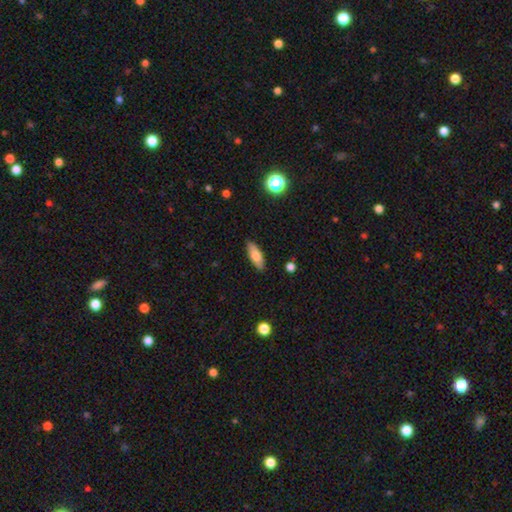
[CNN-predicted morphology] Smooth or featured? Predicted: smooth (p=0.73). How rounded? Predicted: in between (p=0.67). Merging? Predicted: none (p=0.86).